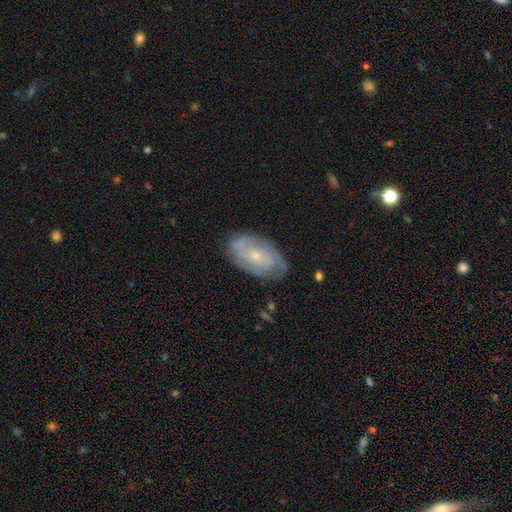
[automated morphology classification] smooth_or_featured: featured or disk (p=0.70) [alt: smooth p=0.24]
disk_edge_on: no (p=0.95) [alt: yes p=0.05]
bar: no (p=0.69) [alt: weak p=0.26]
has_spiral_arms: yes (p=0.83) [alt: no p=0.17]
spiral_winding: tight (p=0.61) [alt: medium p=0.30]
spiral_arm_count: can't tell (p=0.44) [alt: 2 p=0.32]
bulge_size: small (p=0.65) [alt: moderate p=0.29]
merging: none (p=0.73) [alt: minor disturbance p=0.20]